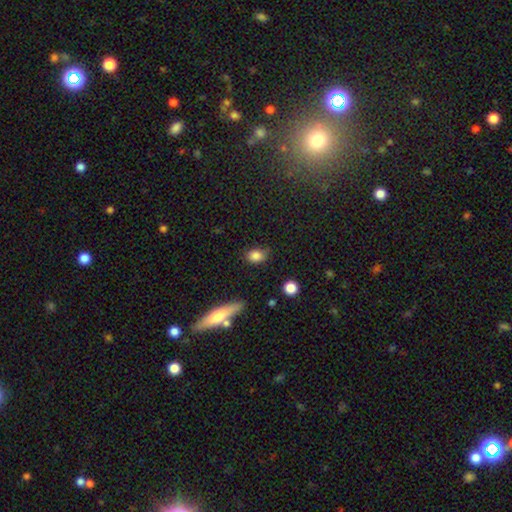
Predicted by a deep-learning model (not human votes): Morphology: type=smooth (83%); roundness=in between (55%); merging=none (67%).